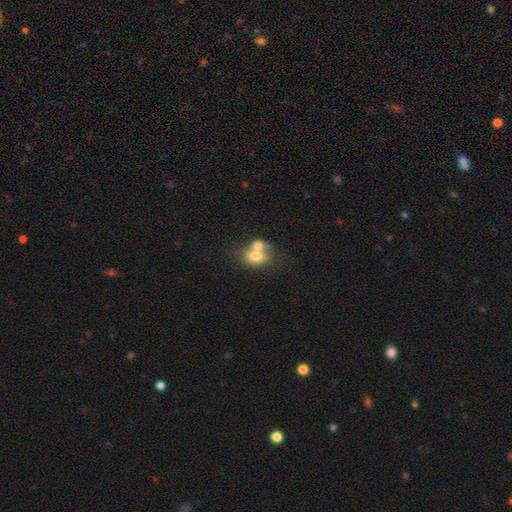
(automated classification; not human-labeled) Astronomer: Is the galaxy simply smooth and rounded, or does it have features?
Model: smooth — 70%.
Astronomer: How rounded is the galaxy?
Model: in between — 55% (runner-up: round, 43%).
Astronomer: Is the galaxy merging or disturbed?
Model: merger — 60%.